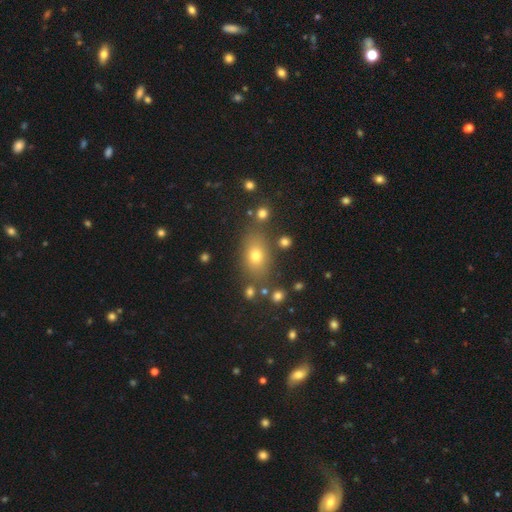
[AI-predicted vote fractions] A smooth galaxy with no disk features (68%) that is in between round and cigar-shaped (69%).

Vote fractions:
- Smooth or featured? smooth: 68% / star or artifact: 20% / featured or disk: 13%
- How rounded? in between: 69% / round: 28% / cigar-shaped: 3%
- Merging? none: 79% / minor disturbance: 11% / merger: 6% / major disturbance: 4%